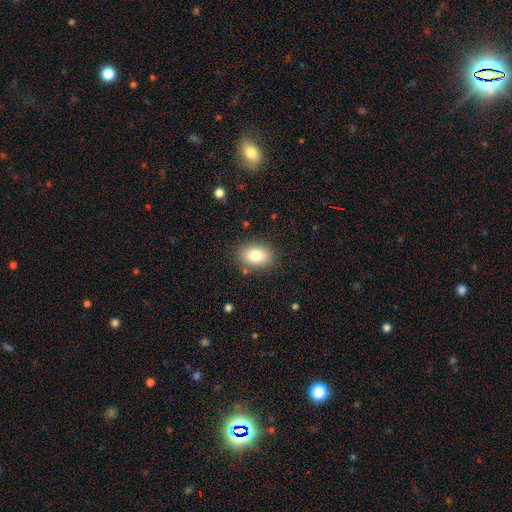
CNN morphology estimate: A smooth galaxy with no disk features (81%) that is in between round and cigar-shaped (72%). Merging: none (84%).